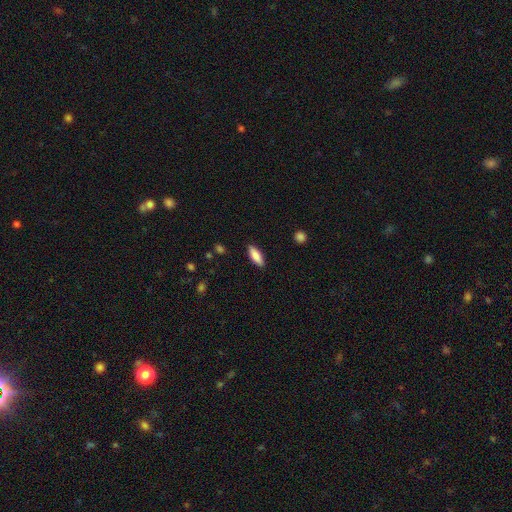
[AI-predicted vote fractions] A smooth galaxy with no disk features (84%) that is in between round and cigar-shaped (66%).

Vote fractions:
- Smooth or featured? smooth: 84% / featured or disk: 10% / star or artifact: 6%
- How rounded? in between: 66% / cigar-shaped: 32% / round: 2%
- Merging? none: 89% / minor disturbance: 8% / major disturbance: 2% / merger: 1%